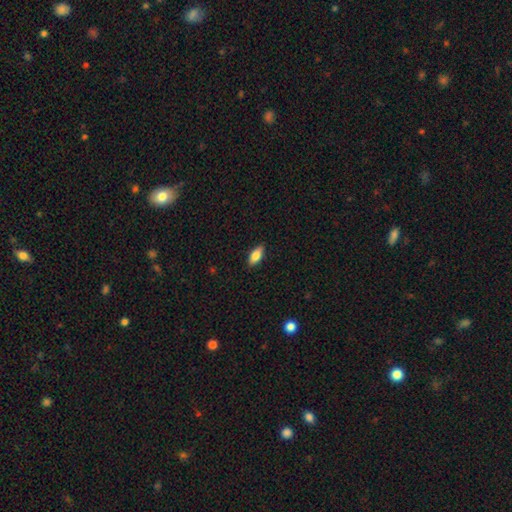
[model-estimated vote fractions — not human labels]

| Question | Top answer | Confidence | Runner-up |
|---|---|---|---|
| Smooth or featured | smooth | 78% | featured or disk (15%) |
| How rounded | in between | 84% | cigar-shaped (13%) |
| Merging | none | 87% | minor disturbance (10%) |